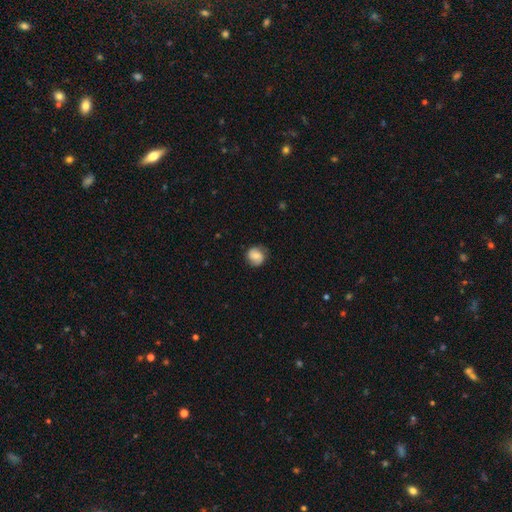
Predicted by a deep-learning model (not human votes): This is possibly a smooth galaxy (58%). How rounded: clearly round (84%). Merging: likely none (78%).